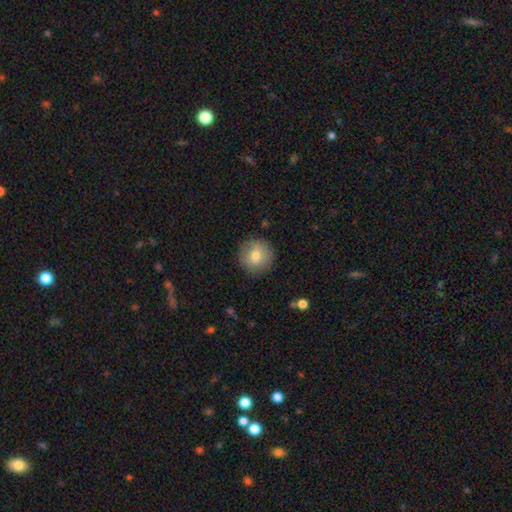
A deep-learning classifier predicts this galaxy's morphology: This is likely a smooth galaxy (76%). How rounded: clearly round (94%). Merging: clearly none (88%).